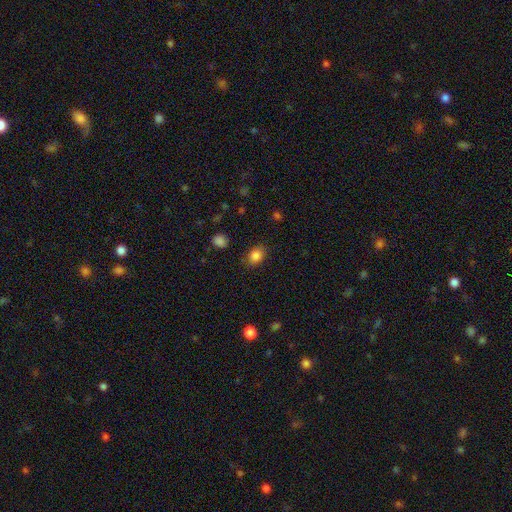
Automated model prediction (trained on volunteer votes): Smooth or featured: smooth — 85% (star or artifact — 10%)
How rounded: in between — 62% (round — 37%)
Merging: none — 84% (minor disturbance — 12%)